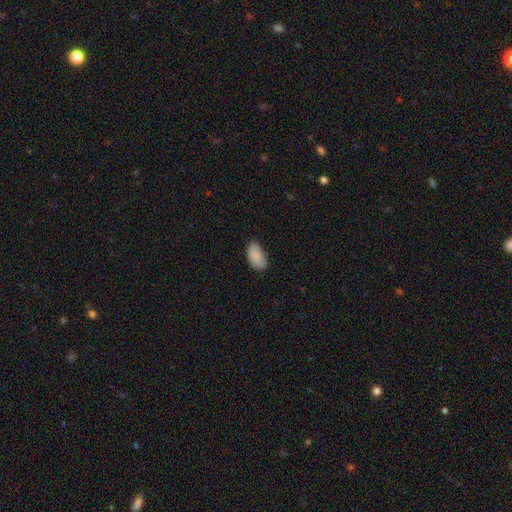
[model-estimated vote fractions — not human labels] Q: Smooth or featured?
A: smooth (89%); runner-up: star or artifact (7%)
Q: How rounded?
A: in between (95%); runner-up: round (3%)
Q: Merging?
A: none (78%); runner-up: minor disturbance (18%)